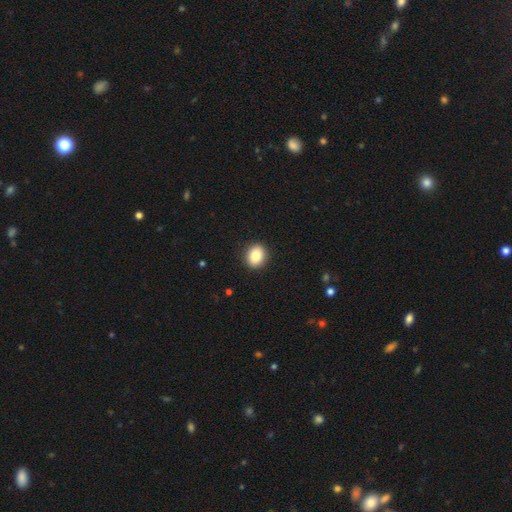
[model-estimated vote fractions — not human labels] A smooth galaxy with no disk features (87%) that is round (57%). Merging: none (91%).